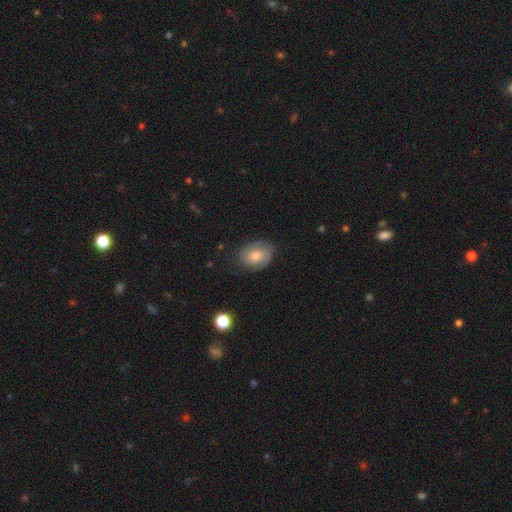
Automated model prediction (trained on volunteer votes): The model was most divided on "smooth or featured": smooth: 59%, featured or disk: 32%, star or artifact: 10%. More confident: merging — none (72%); how rounded — in between (66%).